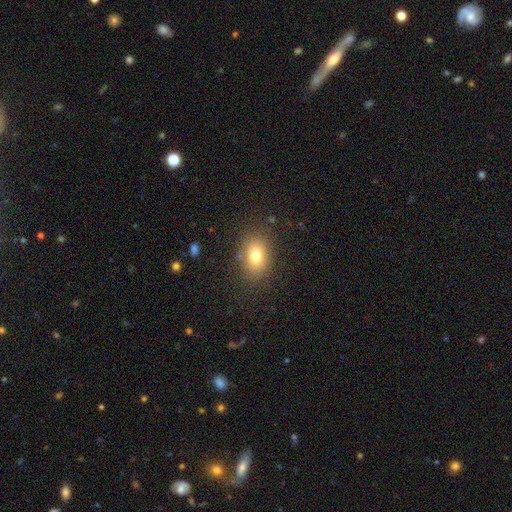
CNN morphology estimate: Q: Smooth or featured?
A: smooth (77%); runner-up: featured or disk (12%)
Q: How rounded?
A: in between (71%); runner-up: round (27%)
Q: Merging?
A: none (83%); runner-up: minor disturbance (11%)